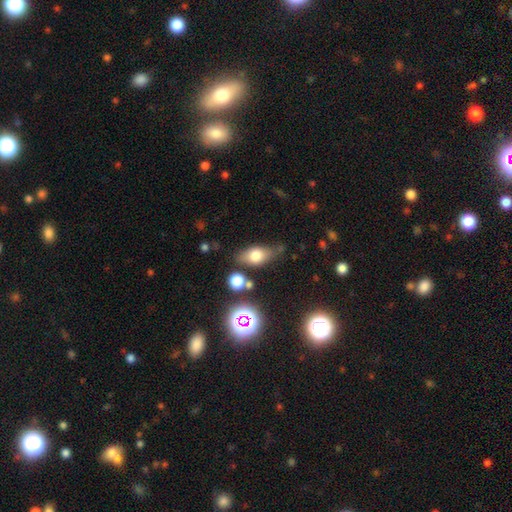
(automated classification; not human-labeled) Smooth or featured? Predicted: smooth (p=0.66). How rounded? Predicted: in between (p=0.80). Merging? Predicted: none (p=0.65).